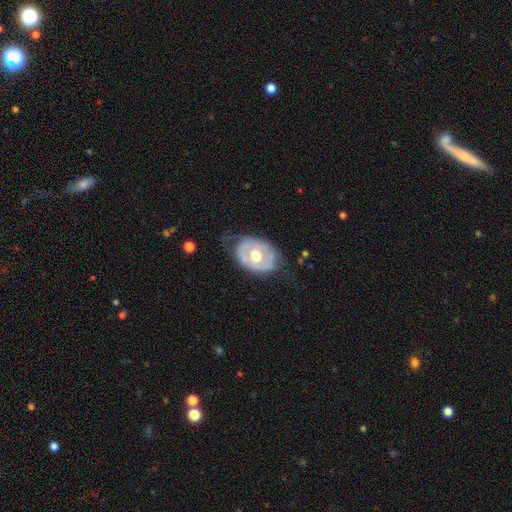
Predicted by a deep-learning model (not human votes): Q: Smooth or featured?
A: featured or disk (58%); runner-up: smooth (37%)
Q: Edge-on disk?
A: no (94%); runner-up: yes (6%)
Q: Bar?
A: no (81%); runner-up: weak (14%)
Q: Spiral arms?
A: no (81%); runner-up: yes (19%)
Q: Bulge size?
A: moderate (72%); runner-up: large (20%)
Q: Merging?
A: none (60%); runner-up: minor disturbance (25%)